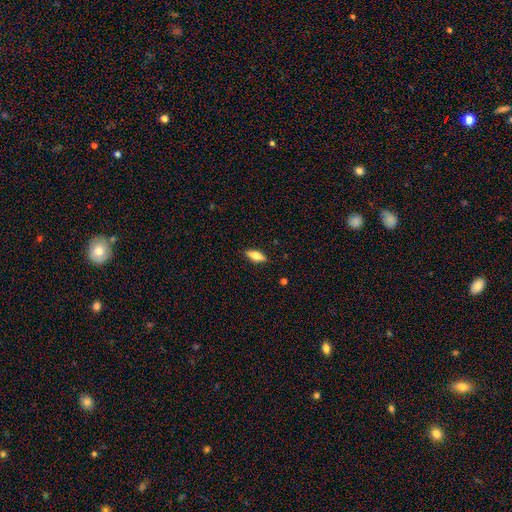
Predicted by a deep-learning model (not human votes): The model was most divided on "how rounded": in between: 69%, cigar-shaped: 29%, round: 3%. More confident: merging — none (87%); smooth or featured — smooth (69%).